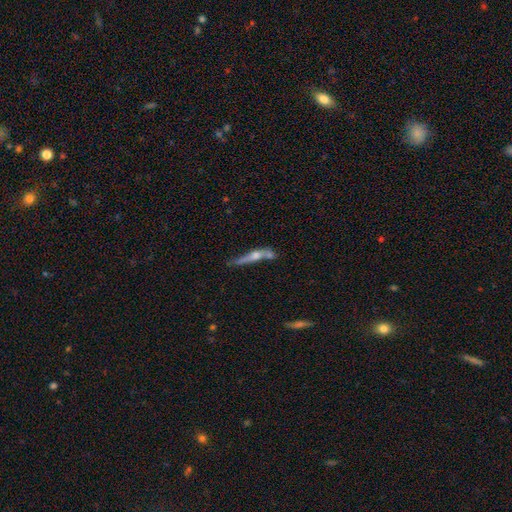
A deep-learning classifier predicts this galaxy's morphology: Smooth or featured: featured or disk — 65% (smooth — 25%)
Edge-on disk: yes — 90% (no — 10%)
Edge-on bulge: rounded — 82% (none — 11%)
Merging: none — 59% (minor disturbance — 19%)